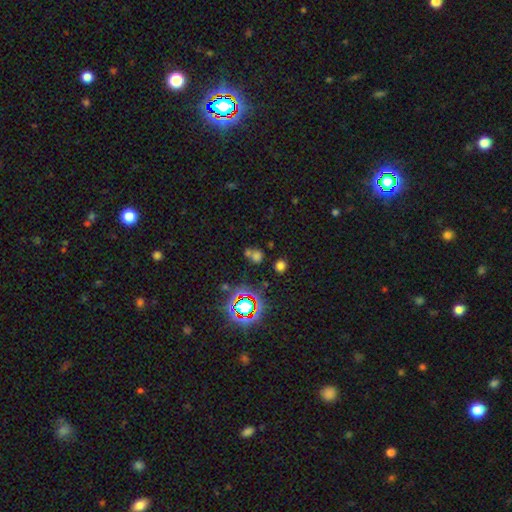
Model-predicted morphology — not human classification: A star or artifact, not a galaxy (49%).